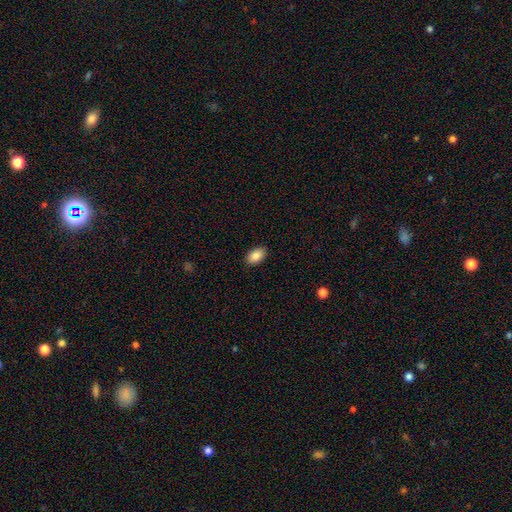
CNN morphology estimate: A smooth galaxy with no disk features (87%) that is in between round and cigar-shaped (91%). Merging: none (90%).